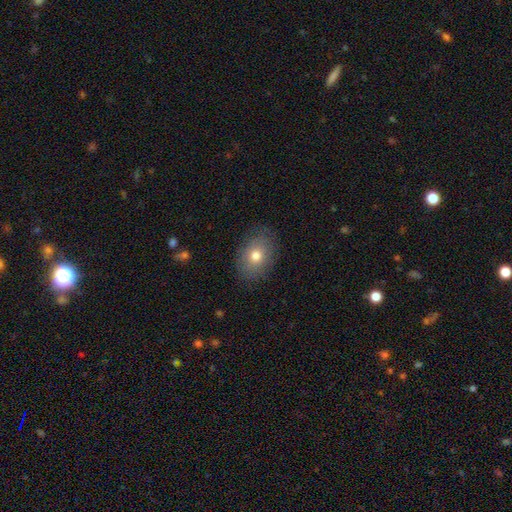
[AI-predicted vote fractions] smooth_or_featured: smooth (p=0.76) [alt: featured or disk p=0.15]
how_rounded: in between (p=0.72) [alt: round p=0.27]
merging: none (p=0.83) [alt: minor disturbance p=0.13]